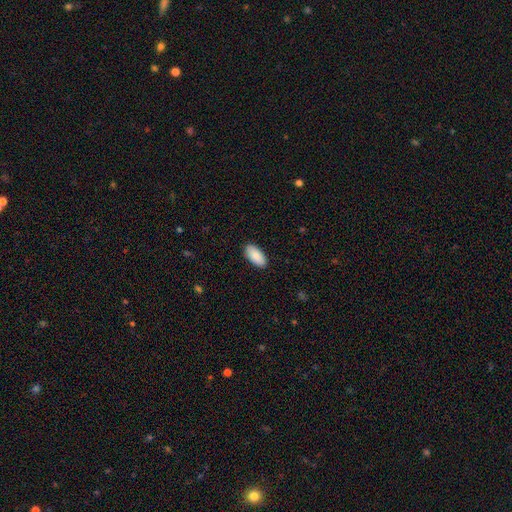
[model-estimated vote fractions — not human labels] The model was most divided on "merging": none: 89%, minor disturbance: 8%, major disturbance: 2%, merger: 1%. More confident: how rounded — in between (94%); smooth or featured — smooth (89%).